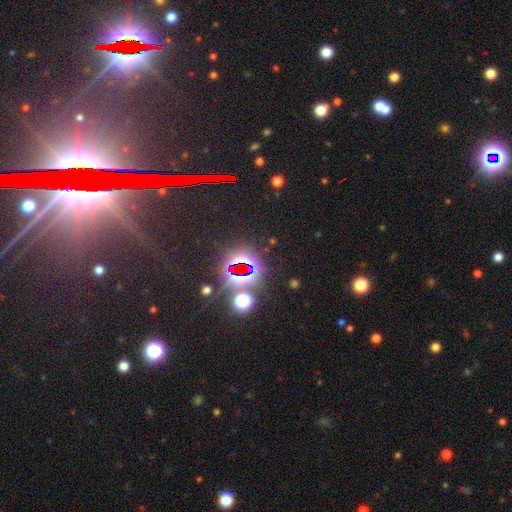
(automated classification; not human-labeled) Morphology: type=star or artifact (77%).